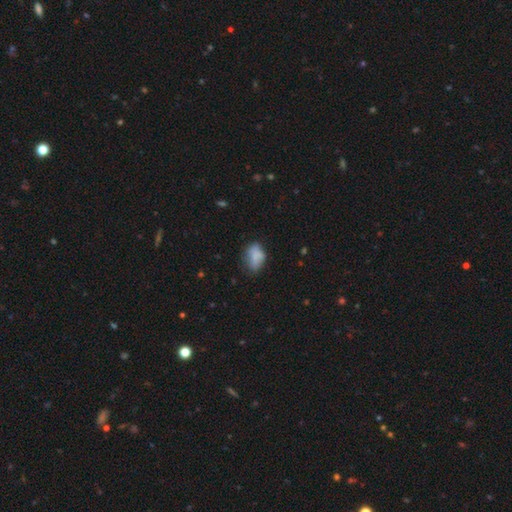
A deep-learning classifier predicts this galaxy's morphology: This appears to be a smooth galaxy with no disk features (73%) that is in between round and cigar-shaped (85%). Merging: none (50%).